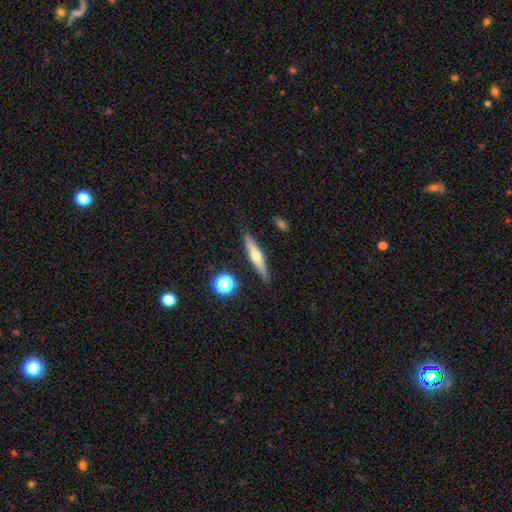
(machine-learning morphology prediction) type=featured or disk (49%); merging=none (87%).